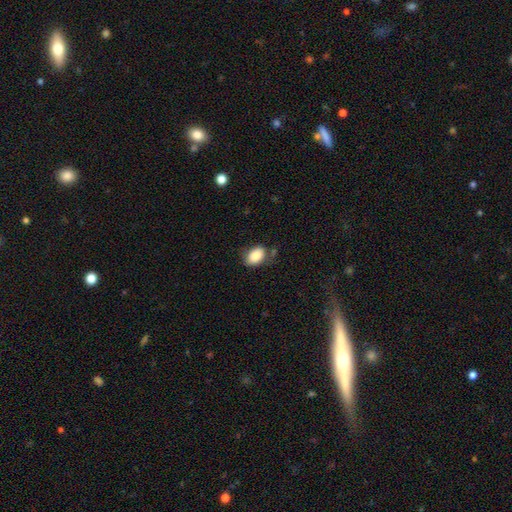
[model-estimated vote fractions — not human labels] smooth-or-featured: smooth: 86% | star or artifact: 7% | featured or disk: 6%
  how-rounded: in between: 87% | round: 12% | cigar-shaped: 1%
  merging: none: 66% | minor disturbance: 23% | major disturbance: 7% | merger: 4%